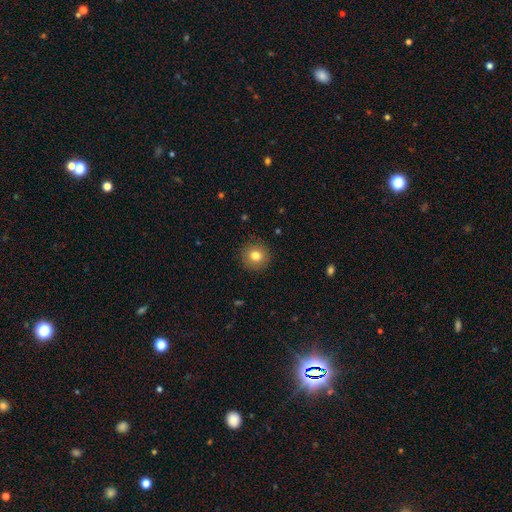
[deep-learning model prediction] This is clearly a smooth galaxy (80%). How rounded: clearly round (93%). Merging: clearly none (91%).